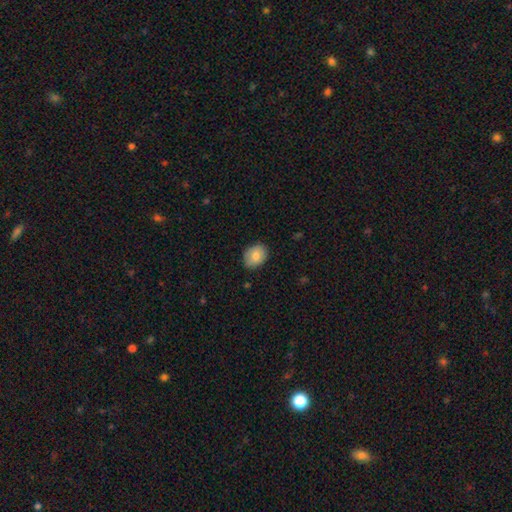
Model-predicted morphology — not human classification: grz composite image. It shows a smooth galaxy with no disk features (82%) that is in between round and cigar-shaped (64%). Merging: none (83%).